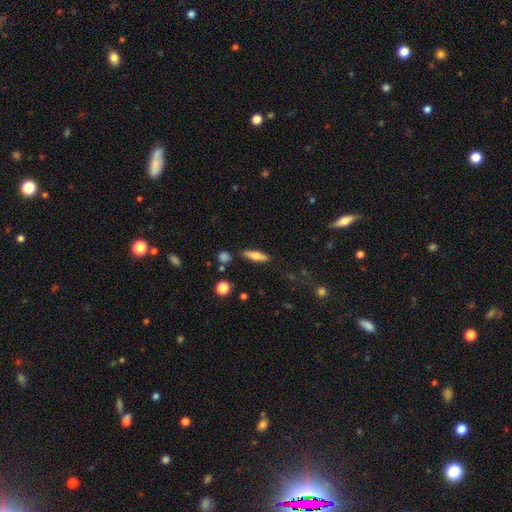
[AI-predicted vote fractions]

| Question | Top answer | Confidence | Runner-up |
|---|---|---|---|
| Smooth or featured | smooth | 63% | featured or disk (30%) |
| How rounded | cigar-shaped | 60% | in between (37%) |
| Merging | none | 83% | minor disturbance (11%) |